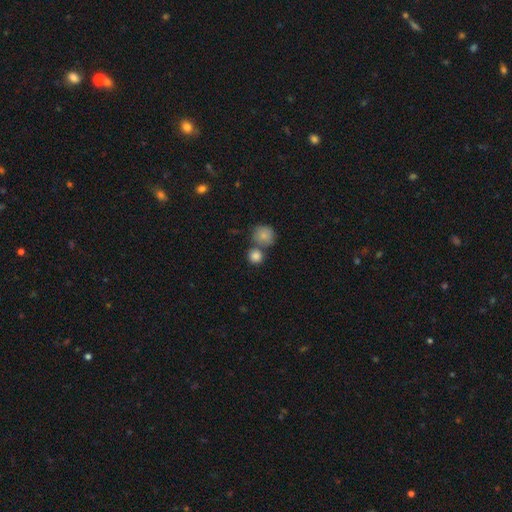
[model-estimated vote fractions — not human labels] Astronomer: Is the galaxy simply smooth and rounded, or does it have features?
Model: smooth — 84%.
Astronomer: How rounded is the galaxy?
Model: round — 89%.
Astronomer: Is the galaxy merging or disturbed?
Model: none — 54% (runner-up: merger, 36%).